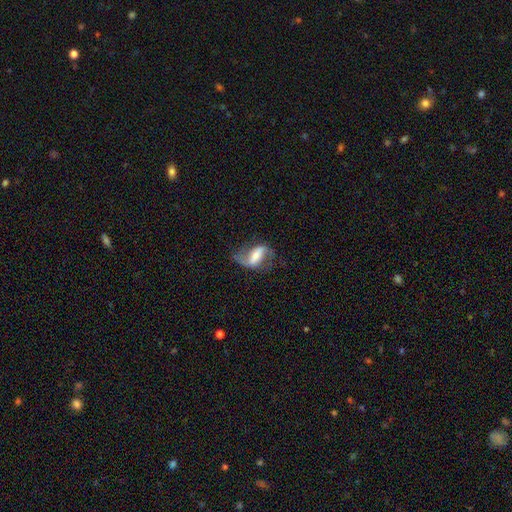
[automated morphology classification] This appears to be a featured or disk galaxy (75%) with a strong bar (49%), 2 (88%) loose (60%) spiral arms (90%) and a moderate central bulge (39%). Merging: none (62%).